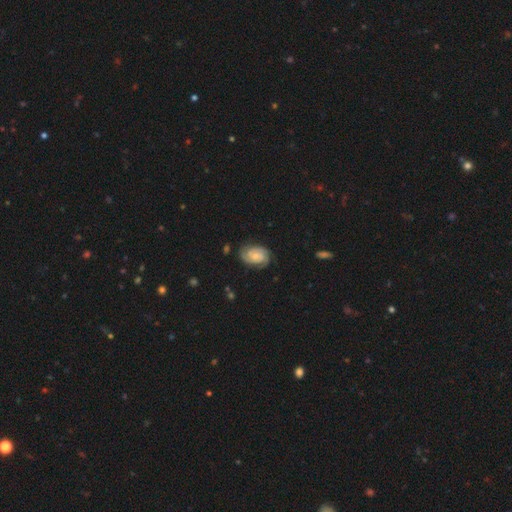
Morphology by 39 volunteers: Q: Smooth or featured?
A: featured or disk (87%); runner-up: smooth (13%)
Q: Edge-on disk?
A: no (97%); runner-up: yes (3%)
Q: Bar?
A: no (76%); runner-up: weak (18%)
Q: Spiral arms?
A: yes (100%)
Q: Spiral winding?
A: tight (70%); runner-up: medium (30%)
Q: Spiral arm count?
A: 3 (70%); runner-up: 2 (15%)
Q: Bulge size?
A: small (61%); runner-up: moderate (33%)
Q: Merging?
A: none (67%); runner-up: minor disturbance (28%)